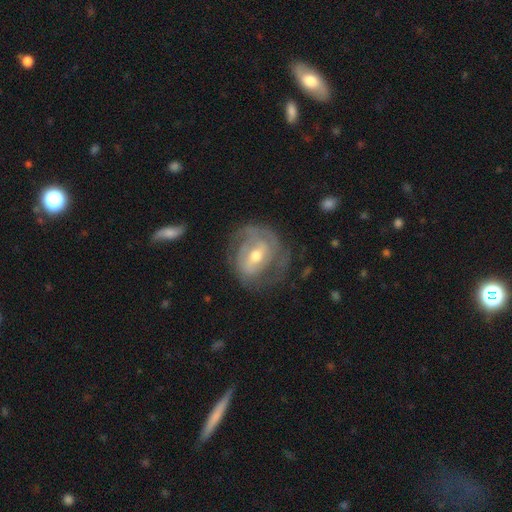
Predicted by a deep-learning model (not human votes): Smooth or featured? featured or disk (80%)
Edge-on disk? no (96%)
Bar? weak (45%)
Spiral arms? yes (84%)
Spiral winding? tight (56%)
Spiral arm count? 2 (41%)
Bulge size? moderate (66%)
Merging? none (63%)